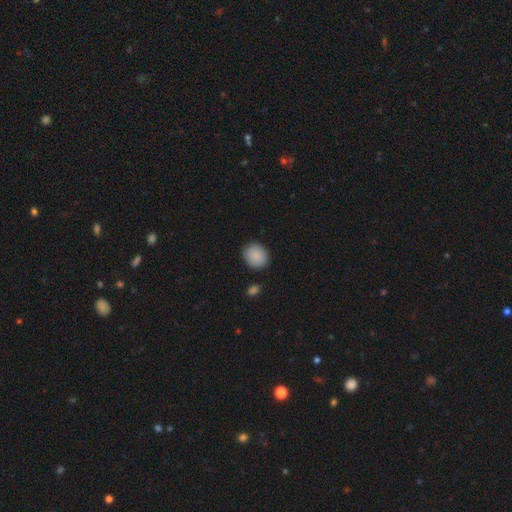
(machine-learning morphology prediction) Overall: smooth (89%). How rounded: round (72%). Merging: none (87%).